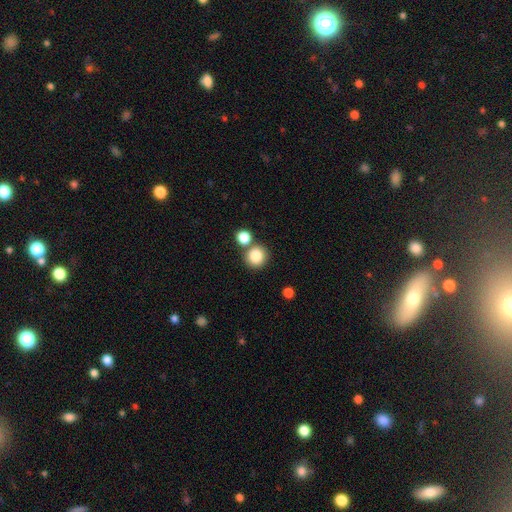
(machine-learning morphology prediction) Q: Smooth or featured?
A: smooth (84%); runner-up: star or artifact (10%)
Q: How rounded?
A: round (90%); runner-up: in between (9%)
Q: Merging?
A: none (69%); runner-up: merger (20%)